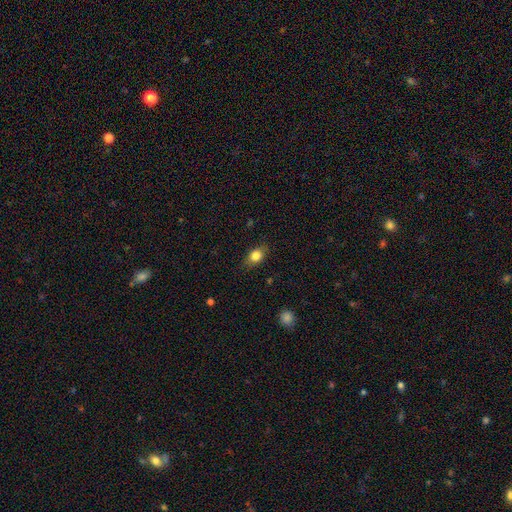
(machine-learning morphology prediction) This appears to be a smooth galaxy with no disk features (81%) that is in between round and cigar-shaped (68%). Merging: none (81%).